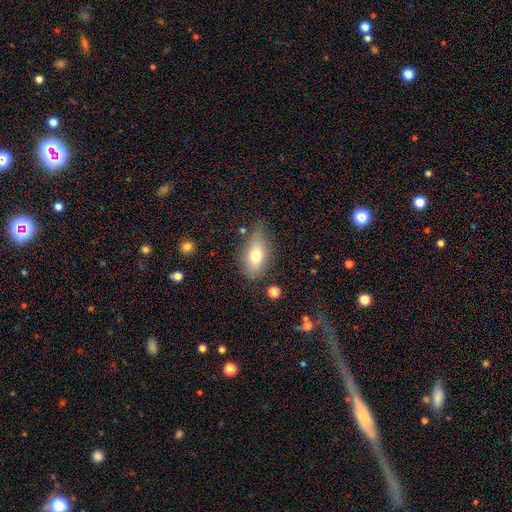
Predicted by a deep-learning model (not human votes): Smooth or featured: smooth — 74% (featured or disk — 18%)
How rounded: in between — 86% (cigar-shaped — 9%)
Merging: none — 63% (minor disturbance — 26%)